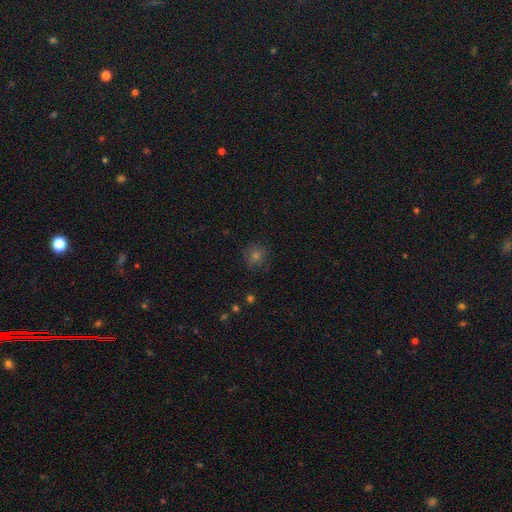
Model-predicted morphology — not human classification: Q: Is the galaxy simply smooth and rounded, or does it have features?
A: smooth — 64%.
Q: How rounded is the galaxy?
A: round — 90%.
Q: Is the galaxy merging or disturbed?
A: none — 86%.